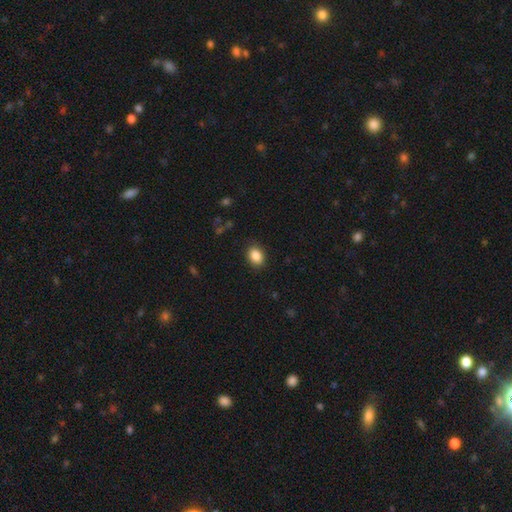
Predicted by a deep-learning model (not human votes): This appears to be a smooth galaxy with no disk features (87%) that is in between round and cigar-shaped (72%). Merging: none (86%).